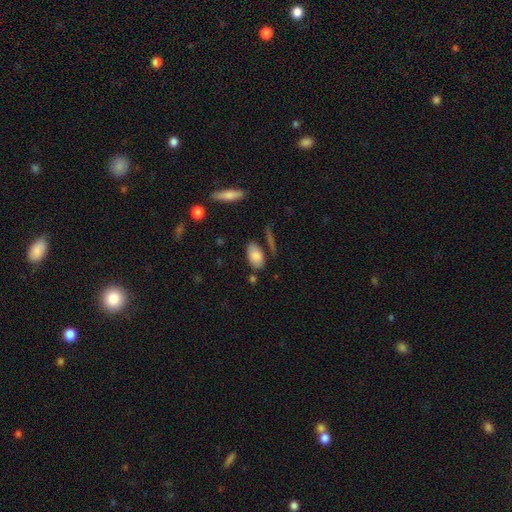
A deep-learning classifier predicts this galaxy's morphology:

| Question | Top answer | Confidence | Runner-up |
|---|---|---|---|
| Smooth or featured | smooth | 84% | featured or disk (8%) |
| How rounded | in between | 92% | round (4%) |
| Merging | none | 69% | minor disturbance (18%) |